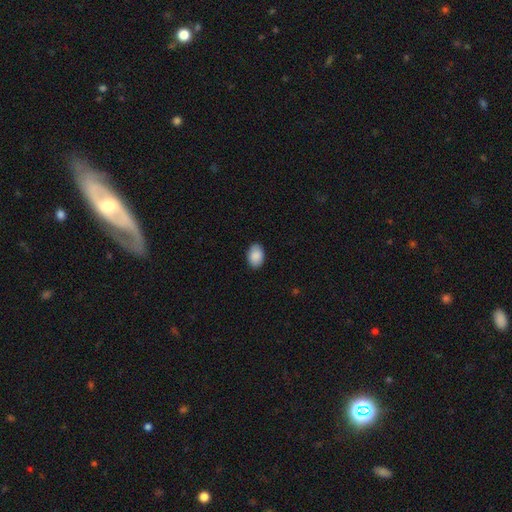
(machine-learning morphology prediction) A smooth galaxy with no disk features (90%) that is in between round and cigar-shaped (85%).

Vote fractions:
- Smooth or featured? smooth: 90% / star or artifact: 6% / featured or disk: 4%
- How rounded? in between: 85% / round: 14% / cigar-shaped: 1%
- Merging? none: 89% / minor disturbance: 8% / major disturbance: 2% / merger: 1%